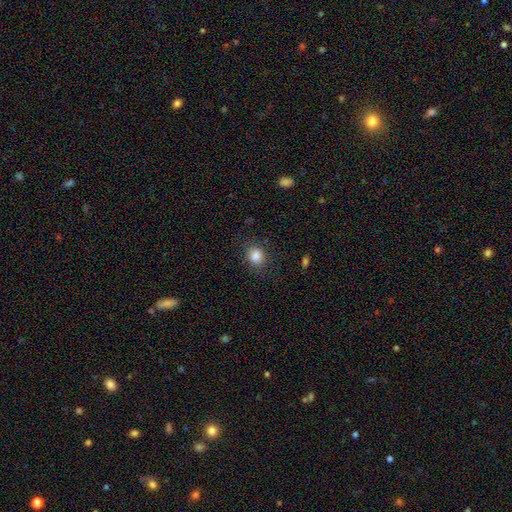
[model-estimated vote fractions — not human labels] A smooth galaxy with no disk features (85%) that is round (63%). Merging: none (82%).